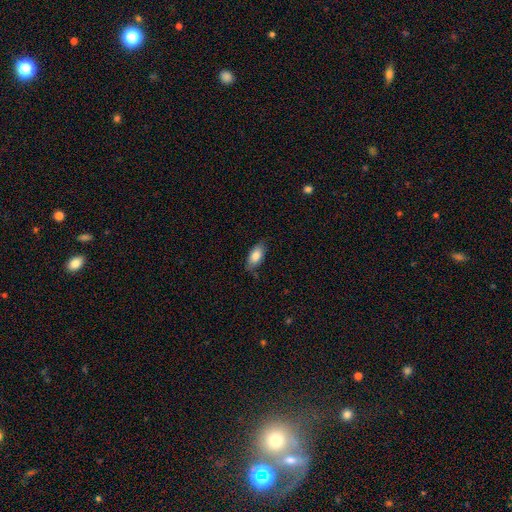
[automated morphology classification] Smooth or featured? Predicted: smooth (p=0.81). How rounded? Predicted: in between (p=0.88). Merging? Predicted: none (p=0.75).